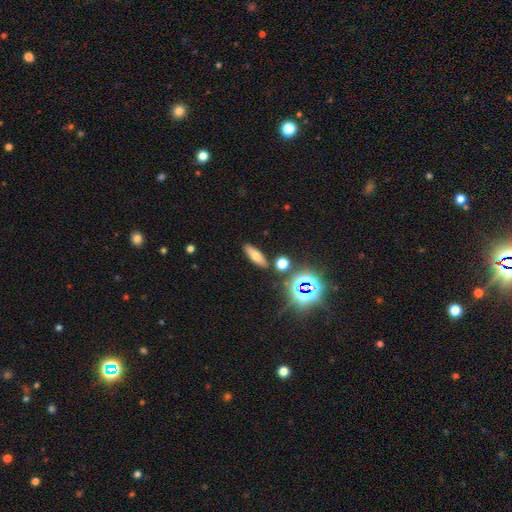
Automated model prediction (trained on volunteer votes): Overall: smooth (60%; featured or disk 21%). How rounded: in between (46%; cigar-shaped 45%). Merging: none (85%).